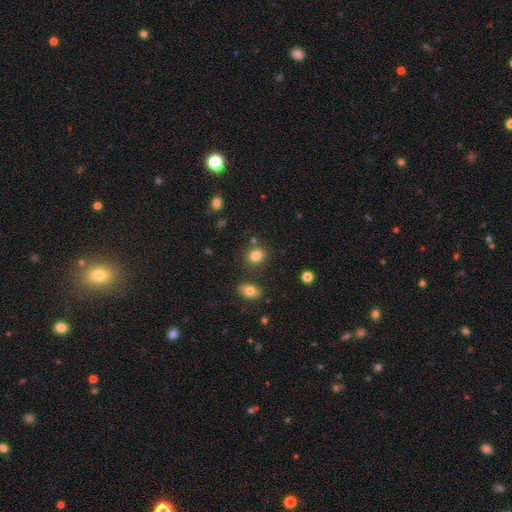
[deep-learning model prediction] A smooth galaxy with no disk features (83%) that is round (69%). Merging: none (79%).